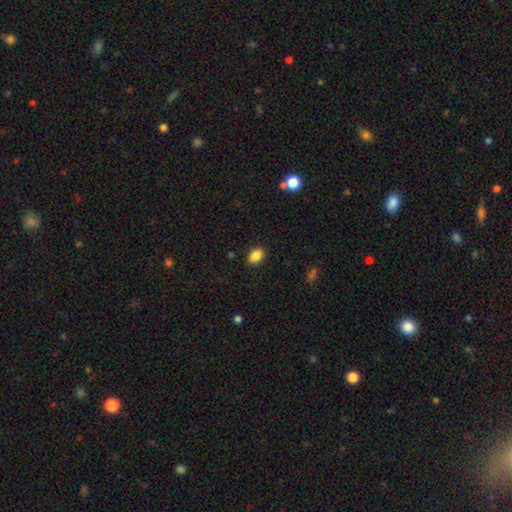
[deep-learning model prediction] A smooth galaxy with no disk features (88%) that is in between round and cigar-shaped (82%).

Vote fractions:
- Smooth or featured? smooth: 88% / star or artifact: 9% / featured or disk: 4%
- How rounded? in between: 82% / round: 17% / cigar-shaped: 1%
- Merging? none: 89% / minor disturbance: 8% / major disturbance: 2% / merger: 1%